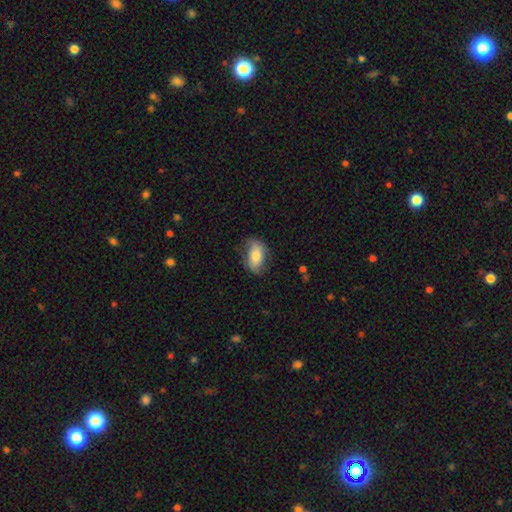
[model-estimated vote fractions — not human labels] Smooth or featured? Predicted: smooth (p=0.65). How rounded? Predicted: in between (p=0.89). Merging? Predicted: none (p=0.69).